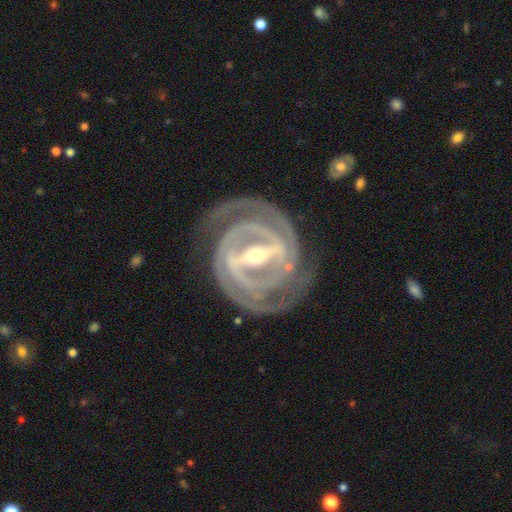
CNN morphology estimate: featured or disk 94%, star or artifact 4%, smooth 3%. Down the decision tree: edge-on disk — no (96%); bar — strong (83%); spiral arms — yes (98%); spiral arm count — 2 (68%); spiral winding — tight (77%); bulge size — moderate (58%); merging — none (79%).